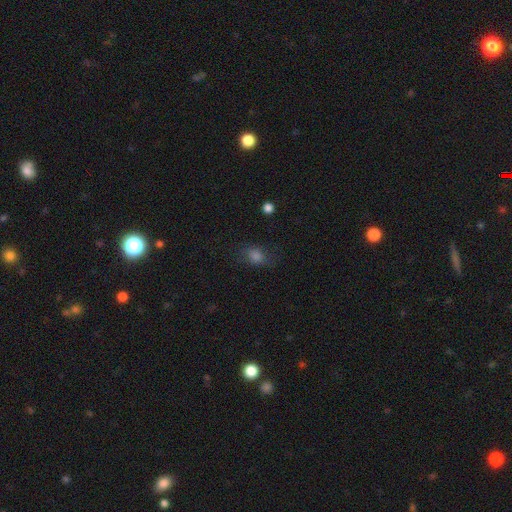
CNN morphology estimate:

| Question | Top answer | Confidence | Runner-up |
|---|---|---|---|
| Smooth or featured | smooth | 75% | star or artifact (15%) |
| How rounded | in between | 67% | round (31%) |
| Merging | none | 69% | minor disturbance (20%) |